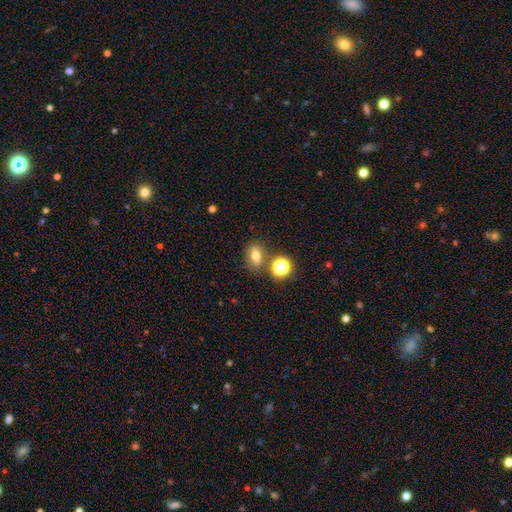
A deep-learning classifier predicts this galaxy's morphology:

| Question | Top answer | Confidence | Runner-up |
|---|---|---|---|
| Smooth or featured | smooth | 72% | star or artifact (16%) |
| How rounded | in between | 70% | round (26%) |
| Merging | none | 72% | minor disturbance (12%) |